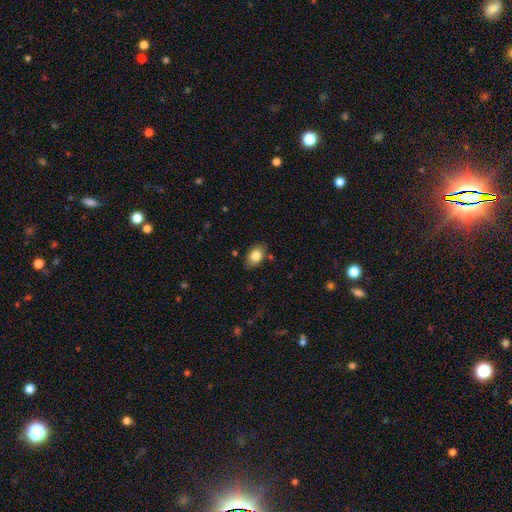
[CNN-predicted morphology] smooth_or_featured: smooth (p=0.83) [alt: featured or disk p=0.09]
how_rounded: in between (p=0.82) [alt: round p=0.17]
merging: none (p=0.81) [alt: minor disturbance p=0.14]